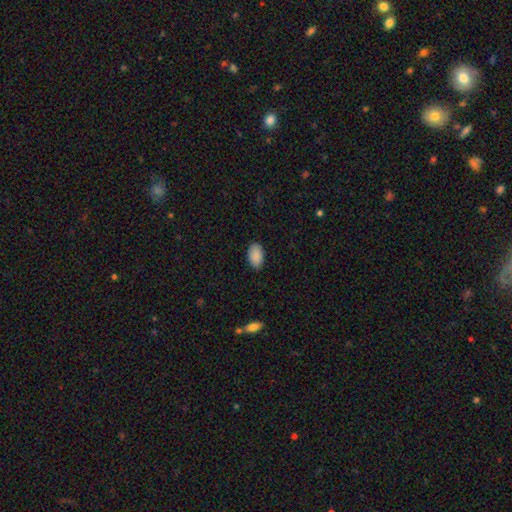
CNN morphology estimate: Overall: smooth (89%). How rounded: in between (94%). Merging: none (85%).